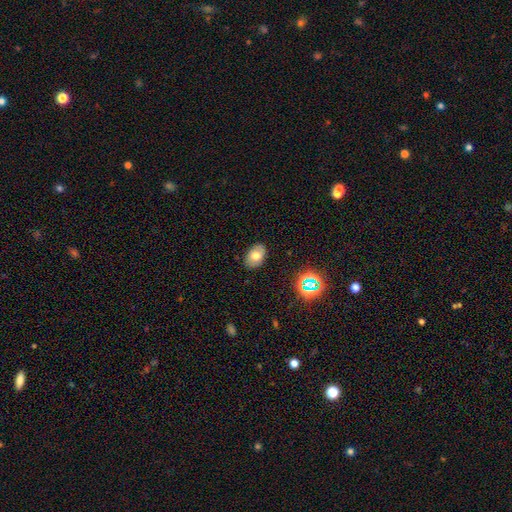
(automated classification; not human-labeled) The model was most divided on "smooth or featured": smooth: 69%, featured or disk: 19%, star or artifact: 13%. More confident: merging — none (85%); how rounded — in between (84%).